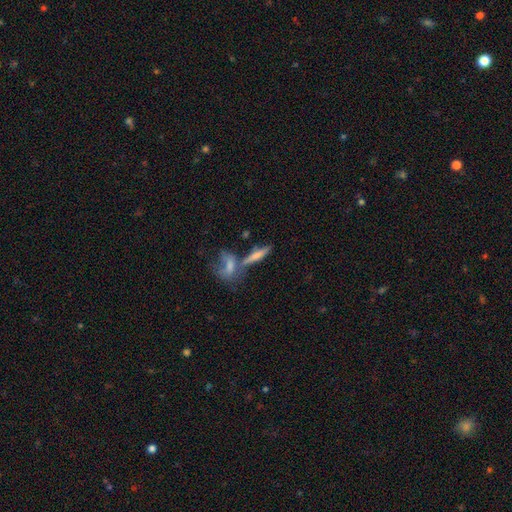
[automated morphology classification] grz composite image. It shows a featured or disk galaxy (47%). Merging: none (45%).